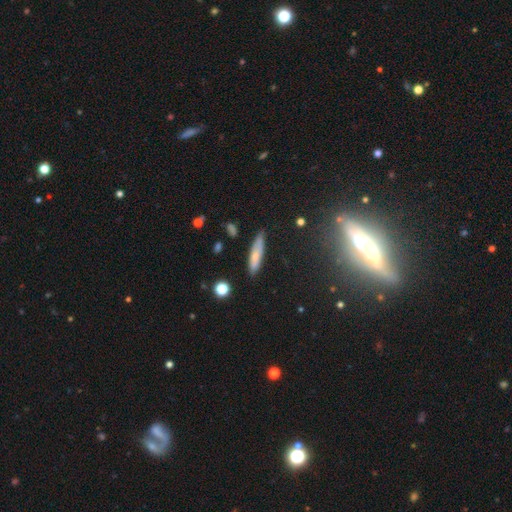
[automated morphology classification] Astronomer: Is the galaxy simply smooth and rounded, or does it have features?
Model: smooth — 65%.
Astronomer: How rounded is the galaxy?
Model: cigar-shaped — 73%.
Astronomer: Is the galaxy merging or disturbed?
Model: none — 74%.